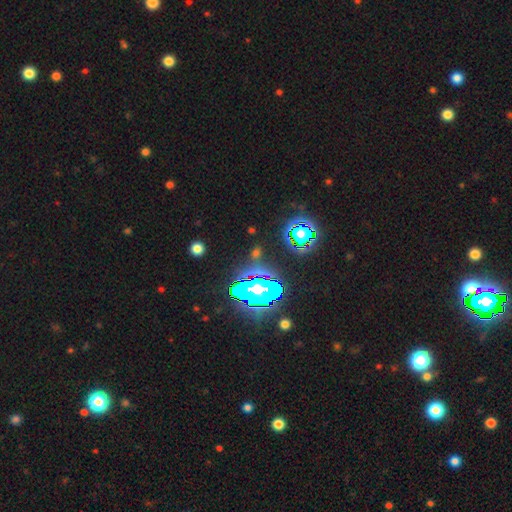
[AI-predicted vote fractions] Morphology: type=star or artifact (66%).